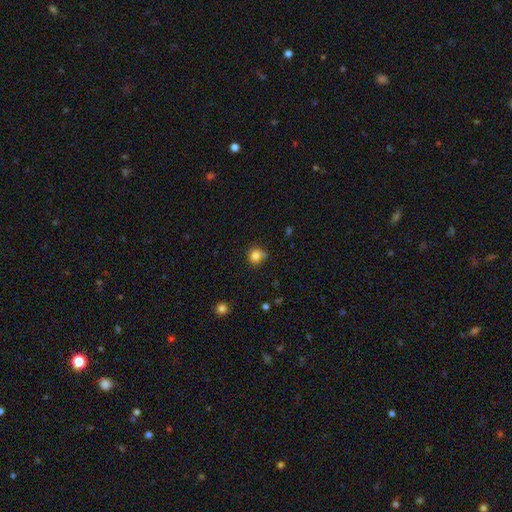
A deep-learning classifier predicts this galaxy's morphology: This is clearly a smooth galaxy (81%). How rounded: clearly round (88%). Merging: likely none (68%).